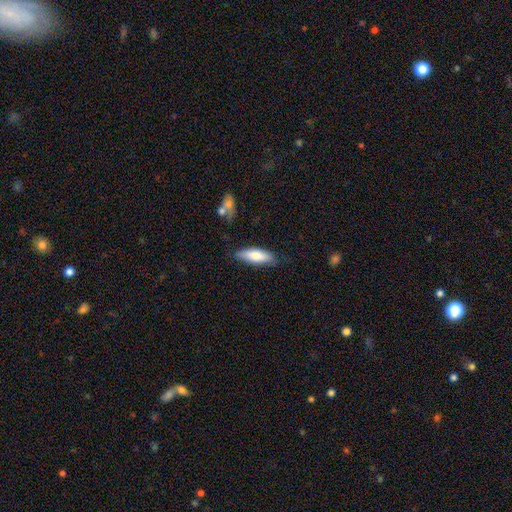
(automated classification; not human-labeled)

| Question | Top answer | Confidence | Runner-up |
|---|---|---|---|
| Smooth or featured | smooth | 72% | featured or disk (22%) |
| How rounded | in between | 55% | cigar-shaped (43%) |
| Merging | none | 79% | minor disturbance (16%) |